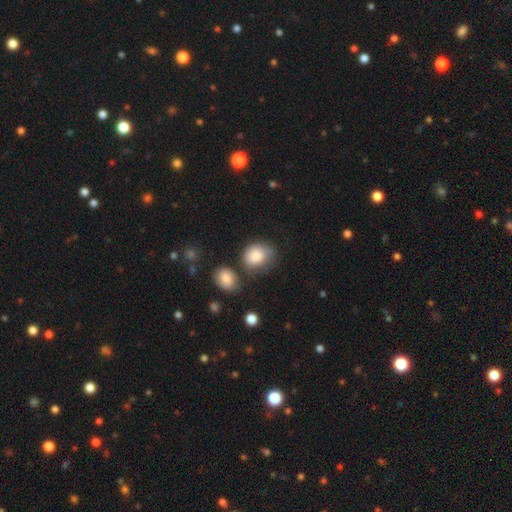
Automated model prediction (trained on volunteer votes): smooth_or_featured: smooth (p=0.83) [alt: featured or disk p=0.09]
how_rounded: round (p=0.57) [alt: in between p=0.42]
merging: none (p=0.50) [alt: minor disturbance p=0.29]